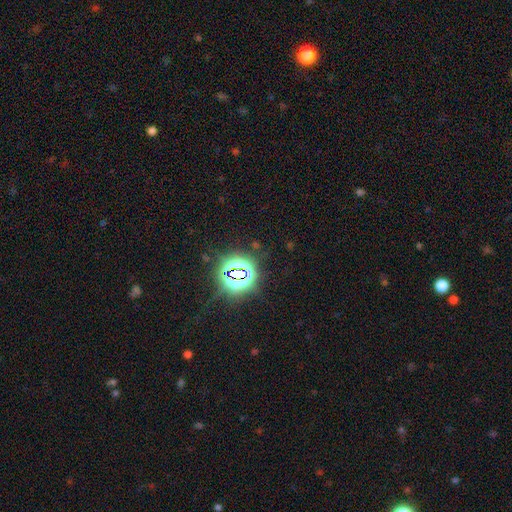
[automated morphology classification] star or artifact 82%, smooth 12%, featured or disk 6%.